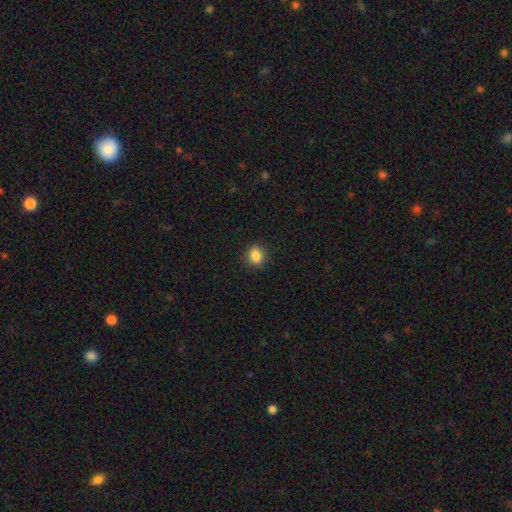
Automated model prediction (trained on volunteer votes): This appears to be a smooth galaxy with no disk features (86%) that is round (58%). Merging: none (86%).